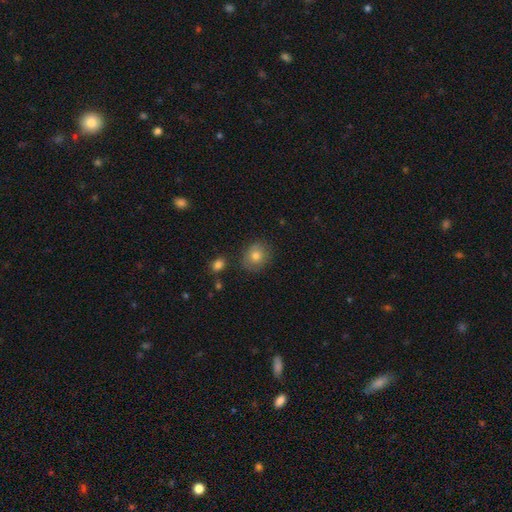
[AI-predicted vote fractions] Smooth or featured? Predicted: smooth (p=0.78). How rounded? Predicted: round (p=0.71). Merging? Predicted: none (p=0.80).